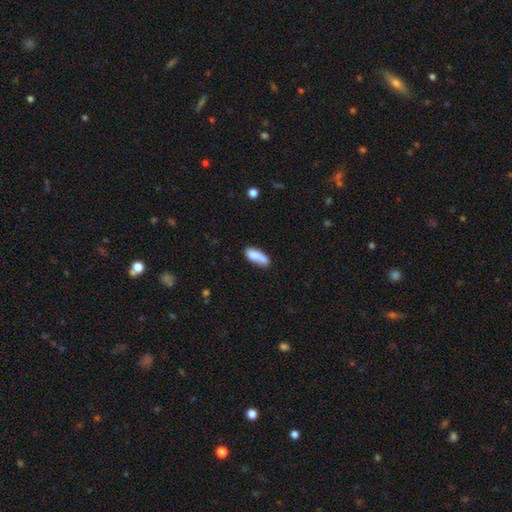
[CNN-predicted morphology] The model was most divided on "merging": none: 51%, minor disturbance: 25%, merger: 15%, major disturbance: 9%. More confident: smooth or featured — smooth (78%); how rounded — in between (64%).